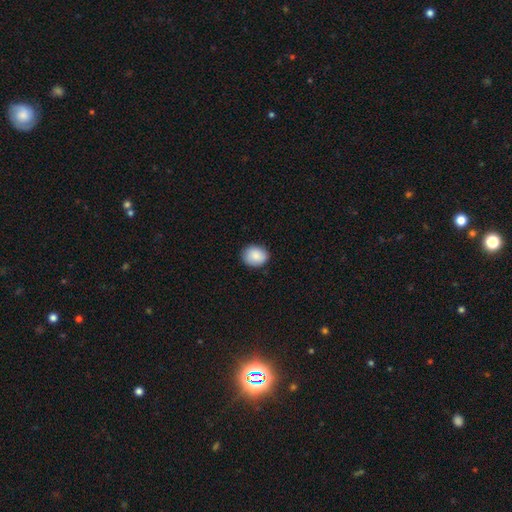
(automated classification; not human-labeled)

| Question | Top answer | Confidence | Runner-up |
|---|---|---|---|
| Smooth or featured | smooth | 88% | star or artifact (7%) |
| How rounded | round | 58% | in between (41%) |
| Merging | none | 86% | minor disturbance (11%) |